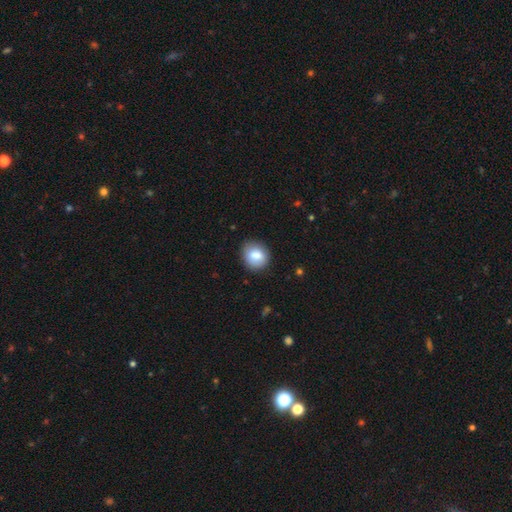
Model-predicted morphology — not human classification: Smooth or featured? Predicted: smooth (p=0.84). How rounded? Predicted: round (p=0.72). Merging? Predicted: none (p=0.81).